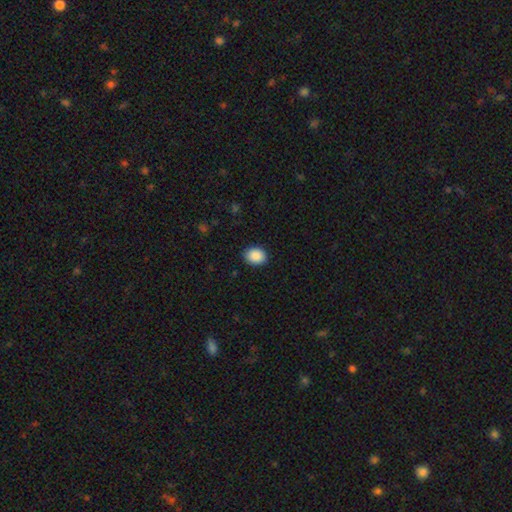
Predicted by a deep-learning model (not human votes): A smooth galaxy with no disk features (90%) that is in between round and cigar-shaped (53%).

Vote fractions:
- Smooth or featured? smooth: 90% / star or artifact: 8% / featured or disk: 3%
- How rounded? in between: 53% / round: 46% / cigar-shaped: 1%
- Merging? none: 89% / minor disturbance: 7% / major disturbance: 2% / merger: 1%